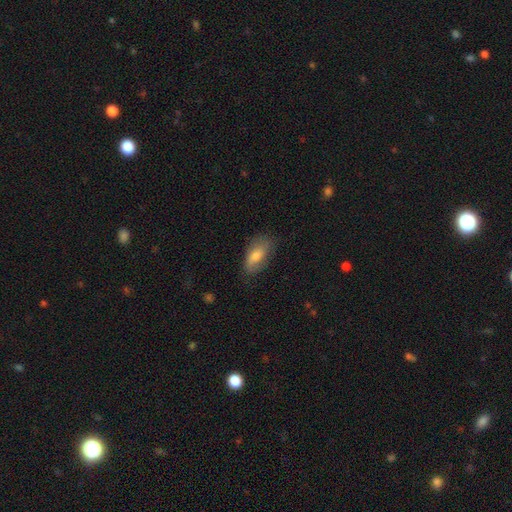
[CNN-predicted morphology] type=smooth (67%); roundness=in between (87%); merging=none (70%).